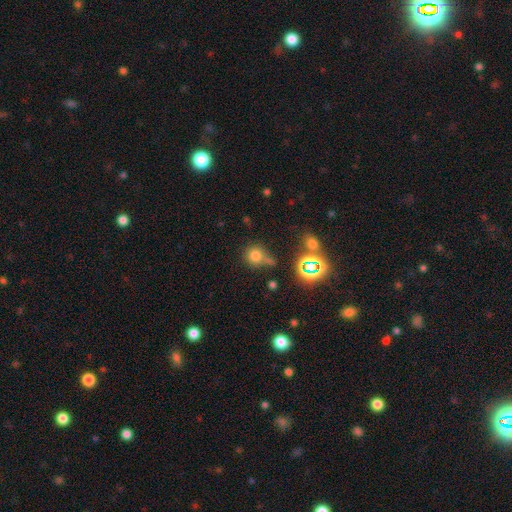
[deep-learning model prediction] A smooth galaxy with no disk features (69%) that is round (87%). Merging: none (59%).